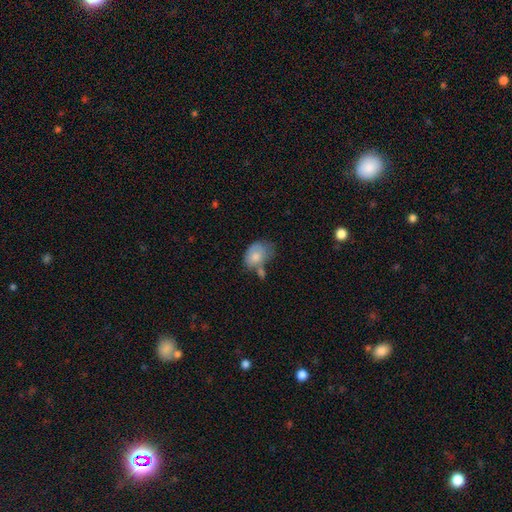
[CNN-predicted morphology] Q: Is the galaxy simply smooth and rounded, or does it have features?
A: smooth — 76%.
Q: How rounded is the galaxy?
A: in between — 78%.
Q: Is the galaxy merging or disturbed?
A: none — 31%.